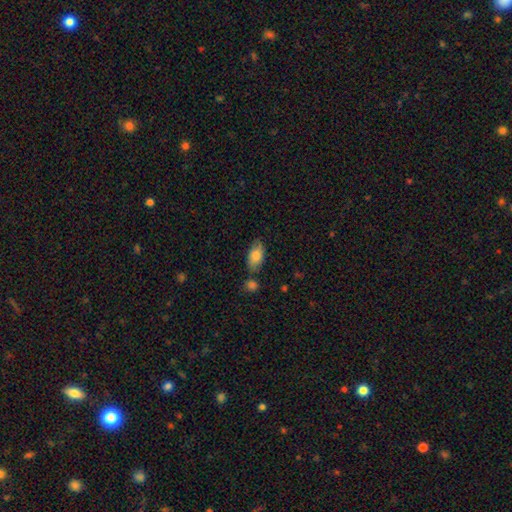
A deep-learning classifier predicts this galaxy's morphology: A smooth galaxy with no disk features (79%) that is in between round and cigar-shaped (91%).

Vote fractions:
- Smooth or featured? smooth: 79% / featured or disk: 14% / star or artifact: 7%
- How rounded? in between: 91% / round: 5% / cigar-shaped: 4%
- Merging? none: 69% / minor disturbance: 19% / merger: 8% / major disturbance: 5%